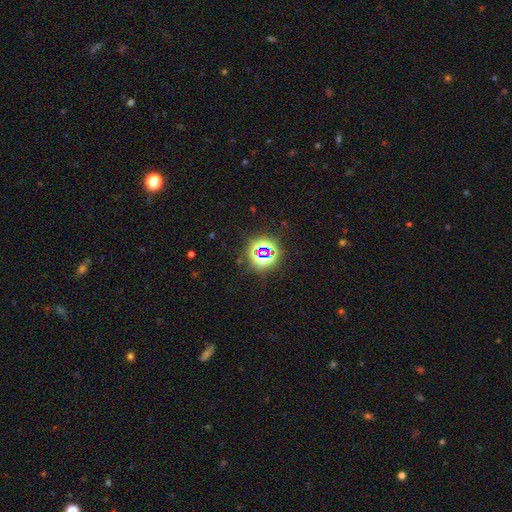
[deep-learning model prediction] This appears to be a star or artifact, not a galaxy (78%).